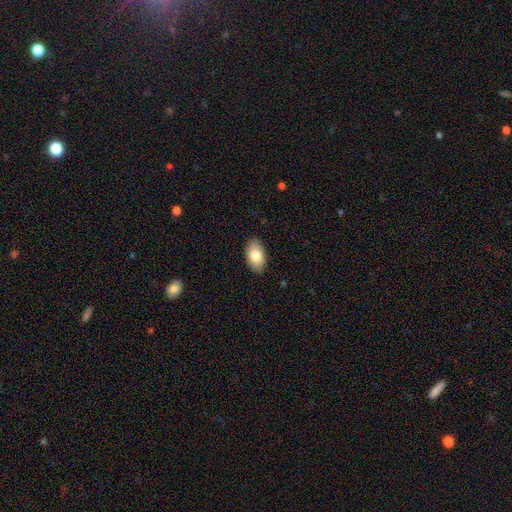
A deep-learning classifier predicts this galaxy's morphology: A smooth galaxy with no disk features (82%) that is in between round and cigar-shaped (94%). Merging: none (88%).